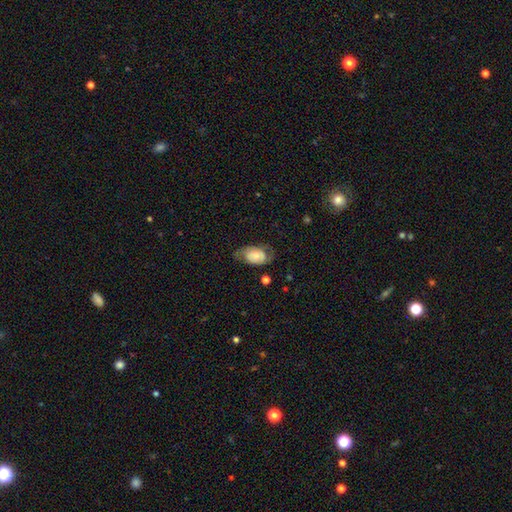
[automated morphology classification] A smooth galaxy with no disk features (53%) that is in between round and cigar-shaped (88%). Merging: none (59%).